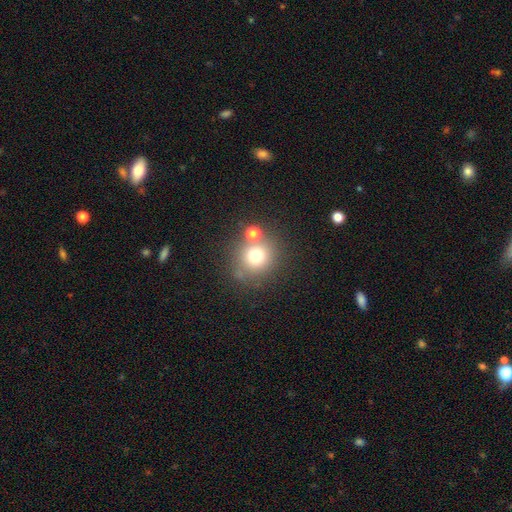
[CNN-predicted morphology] type=smooth (71%); roundness=round (88%); merging=none (66%).